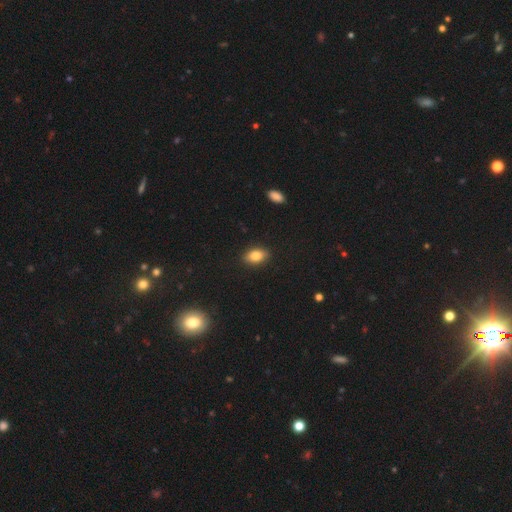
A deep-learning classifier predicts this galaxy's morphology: Smooth or featured? smooth (82%)
How rounded? in between (87%)
Merging? none (88%)